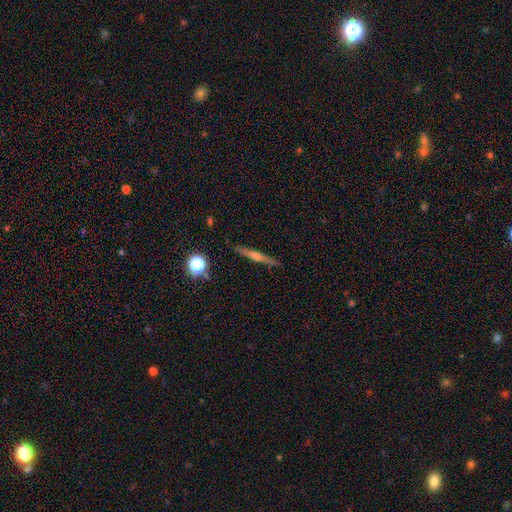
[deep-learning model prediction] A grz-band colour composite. It shows a featured or disk galaxy (69%) viewed edge-on (97%) with a rounded central bulge (86%). Merging: none (91%).